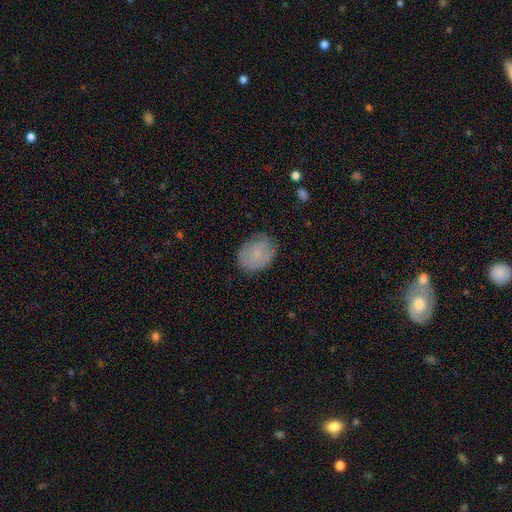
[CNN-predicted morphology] smooth 63%, featured or disk 29%, star or artifact 8%. Down the decision tree: how rounded — in between (57%); merging — none (69%).